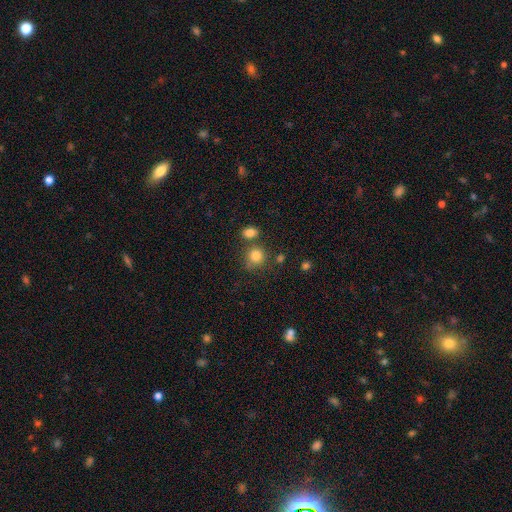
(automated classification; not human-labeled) smooth 82%, star or artifact 12%, featured or disk 6%. Down the decision tree: how rounded — round (85%); merging — none (66%).